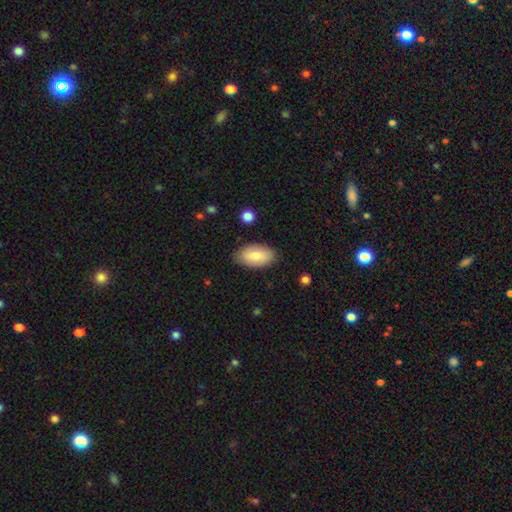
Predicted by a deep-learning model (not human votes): Smooth or featured: smooth — 80% (featured or disk — 14%)
How rounded: in between — 94% (round — 3%)
Merging: none — 83% (minor disturbance — 12%)